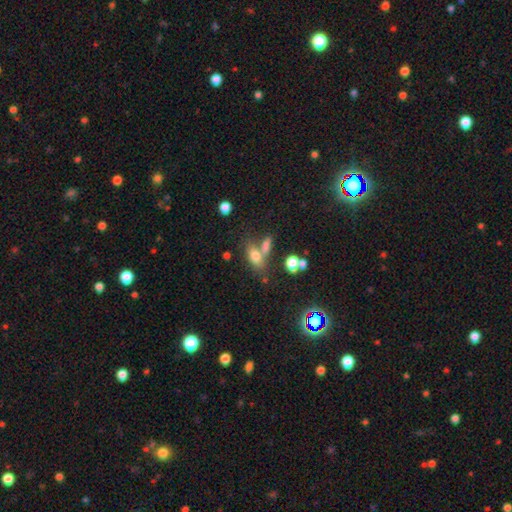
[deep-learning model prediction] A smooth galaxy with no disk features (73%) that is in between round and cigar-shaped (78%).

Vote fractions:
- Smooth or featured? smooth: 73% / featured or disk: 14% / star or artifact: 13%
- How rounded? in between: 78% / cigar-shaped: 12% / round: 10%
- Merging? none: 48% / merger: 33% / minor disturbance: 13% / major disturbance: 7%